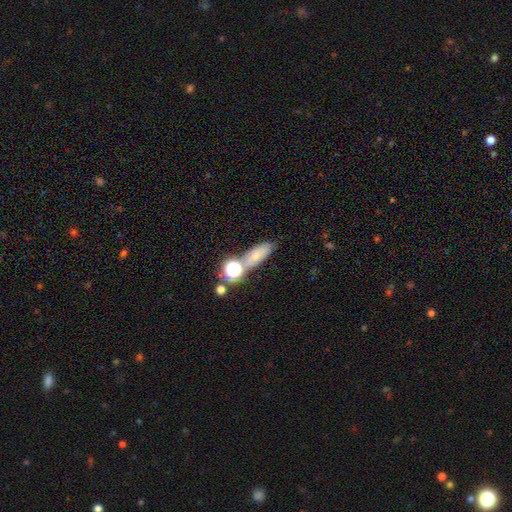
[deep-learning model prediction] Smooth or featured?
  - smooth: 60% *
  - featured or disk: 20%
  - star or artifact: 20%
How rounded?
  - in between: 57% *
  - cigar-shaped: 29%
  - round: 15%
Merging?
  - none: 59% *
  - merger: 21%
  - minor disturbance: 14%
  - major disturbance: 6%